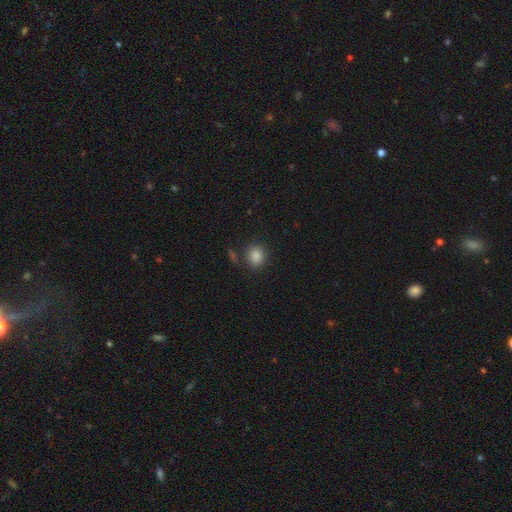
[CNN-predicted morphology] This appears to be a smooth galaxy with no disk features (85%) that is round (72%). Merging: none (77%).